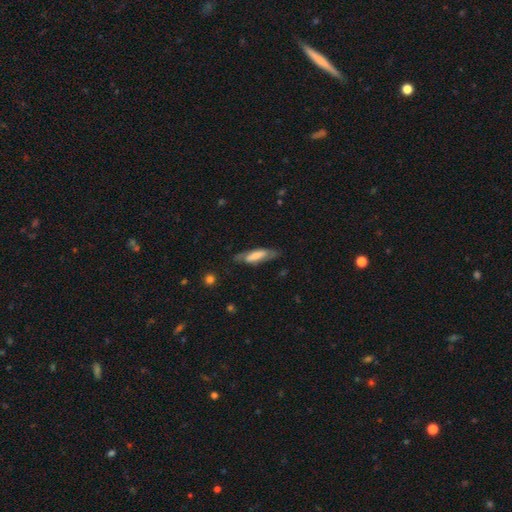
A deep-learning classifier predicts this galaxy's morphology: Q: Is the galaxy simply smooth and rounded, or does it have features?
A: smooth — 53%.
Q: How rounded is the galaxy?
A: cigar-shaped — 53%.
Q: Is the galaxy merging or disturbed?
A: none — 68%.